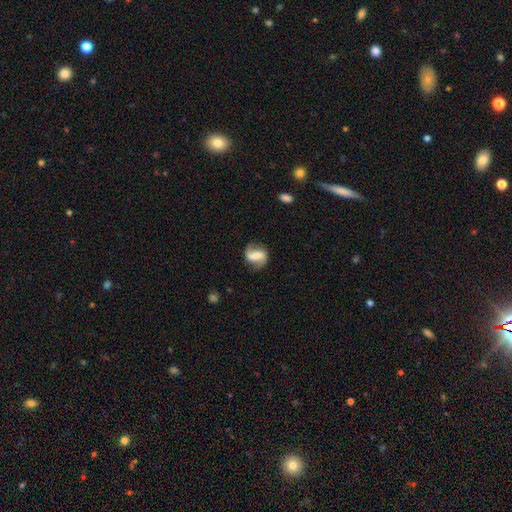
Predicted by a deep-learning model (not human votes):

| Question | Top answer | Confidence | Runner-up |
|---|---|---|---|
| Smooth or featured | featured or disk | 70% | smooth (23%) |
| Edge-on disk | no | 97% | yes (3%) |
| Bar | strong | 43% | weak (35%) |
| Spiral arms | yes | 90% | no (10%) |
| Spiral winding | loose | 57% | medium (32%) |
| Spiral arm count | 2 | 89% | 1 (4%) |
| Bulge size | small | 33% | moderate (29%) |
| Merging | none | 73% | minor disturbance (17%) |